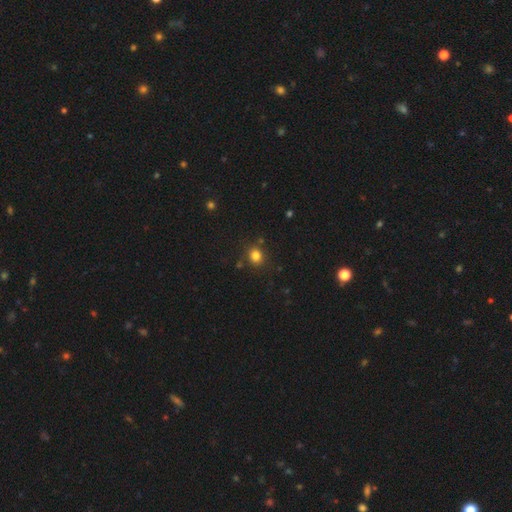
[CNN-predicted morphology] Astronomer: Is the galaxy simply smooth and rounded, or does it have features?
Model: smooth — 81%.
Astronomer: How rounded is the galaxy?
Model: round — 74%.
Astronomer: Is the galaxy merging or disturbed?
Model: none — 83%.